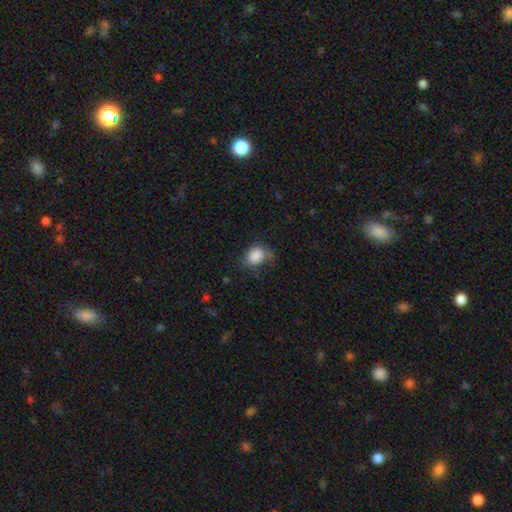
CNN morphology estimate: A smooth galaxy with no disk features (86%) that is round (54%). Merging: none (57%).